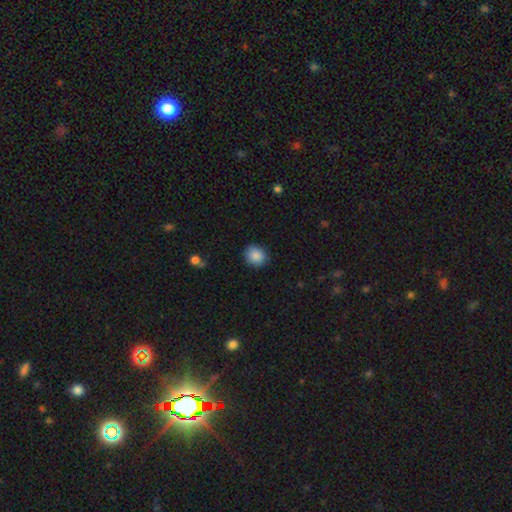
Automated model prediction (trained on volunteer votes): Smooth or featured: smooth — 88% (star or artifact — 8%)
How rounded: round — 72% (in between — 27%)
Merging: none — 87% (minor disturbance — 10%)